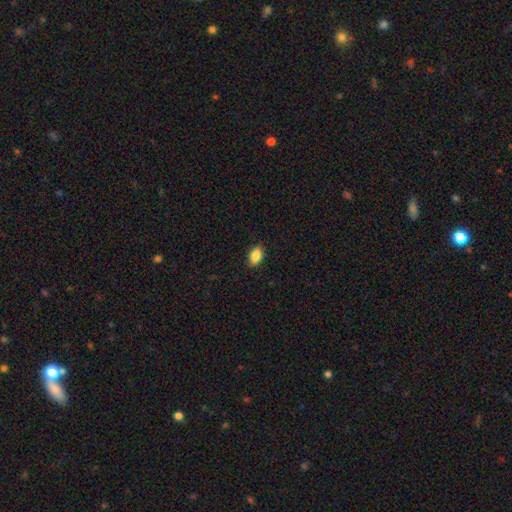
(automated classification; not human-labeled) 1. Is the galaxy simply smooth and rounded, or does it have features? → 87% smooth, 8% star or artifact, 5% featured or disk.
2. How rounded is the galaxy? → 89% in between, 9% round, 2% cigar-shaped.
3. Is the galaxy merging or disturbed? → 88% none, 9% minor disturbance, 2% major disturbance, 1% merger.